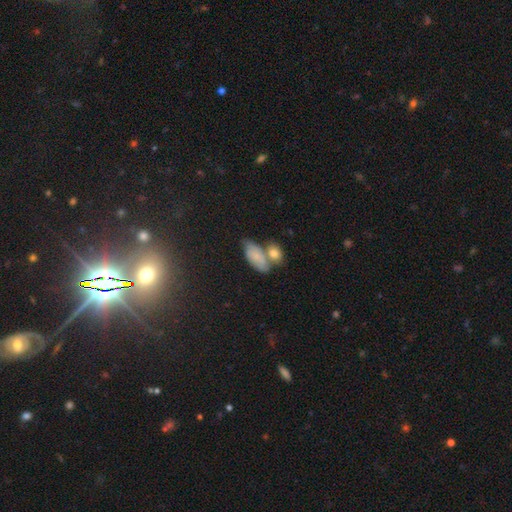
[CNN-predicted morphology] smooth-or-featured: smooth: 71% | featured or disk: 19% | star or artifact: 9%
  how-rounded: in between: 88% | round: 6% | cigar-shaped: 6%
  merging: merger: 39% | none: 37% | minor disturbance: 17% | major disturbance: 7%